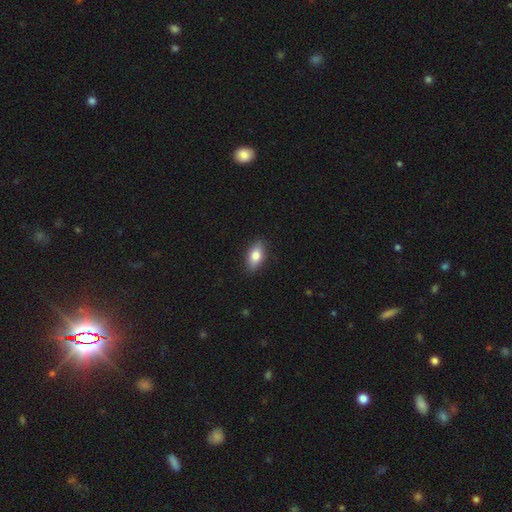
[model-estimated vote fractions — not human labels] smooth_or_featured: smooth (p=0.77) [alt: featured or disk p=0.16]
how_rounded: in between (p=0.86) [alt: cigar-shaped p=0.08]
merging: none (p=0.88) [alt: minor disturbance p=0.09]